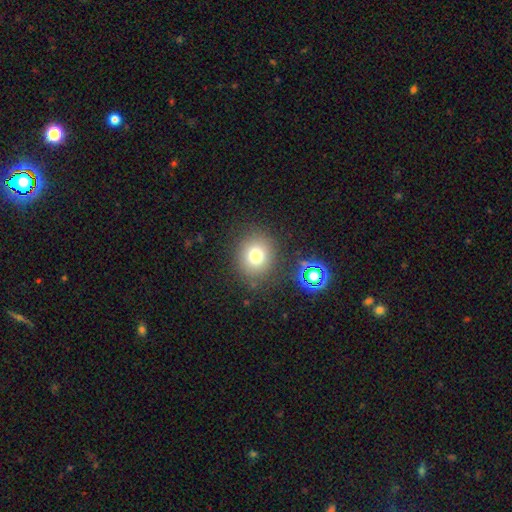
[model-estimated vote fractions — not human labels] smooth 75%, star or artifact 16%, featured or disk 9%. Down the decision tree: how rounded — round (80%); merging — none (83%).